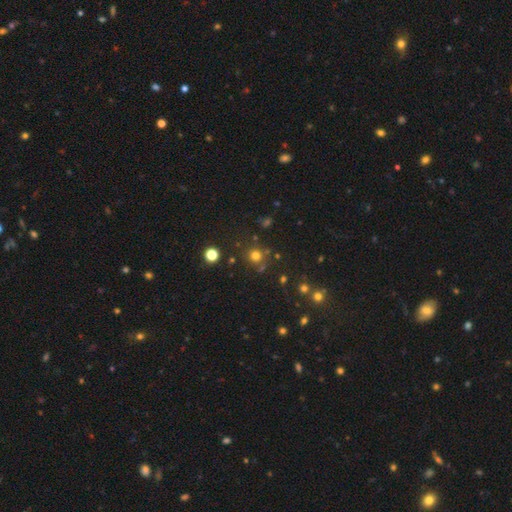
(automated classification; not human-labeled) Smooth or featured: smooth — 72% (star or artifact — 21%)
How rounded: round — 91% (in between — 9%)
Merging: none — 78% (minor disturbance — 10%)